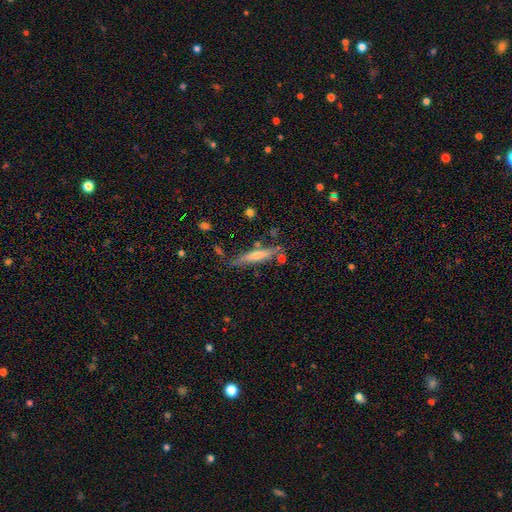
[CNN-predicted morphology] This appears to be a featured or disk galaxy (61%) viewed edge-on (92%) with a rounded central bulge (65%). Merging: none (74%).